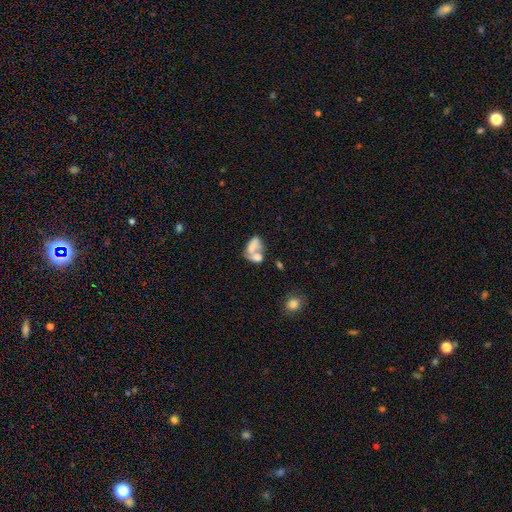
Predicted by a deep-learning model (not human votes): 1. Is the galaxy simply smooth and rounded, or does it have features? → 61% smooth, 29% featured or disk, 10% star or artifact.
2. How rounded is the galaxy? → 82% in between, 15% round, 3% cigar-shaped.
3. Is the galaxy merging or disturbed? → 62% merger, 17% none, 11% major disturbance, 9% minor disturbance.